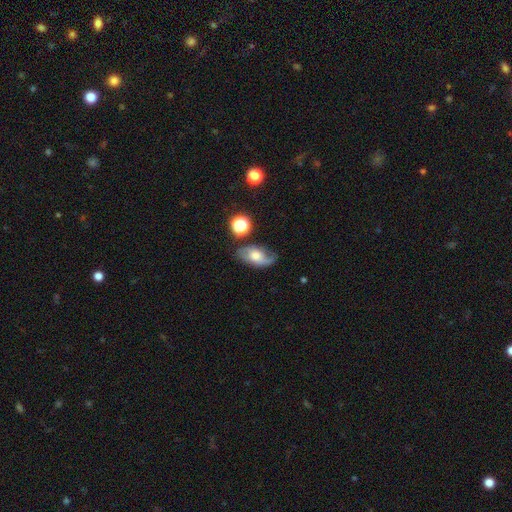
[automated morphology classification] Overall: featured or disk (53%; smooth 37%). Edge-on disk: no (92%). Merging: none (56%; minor disturbance 26%).